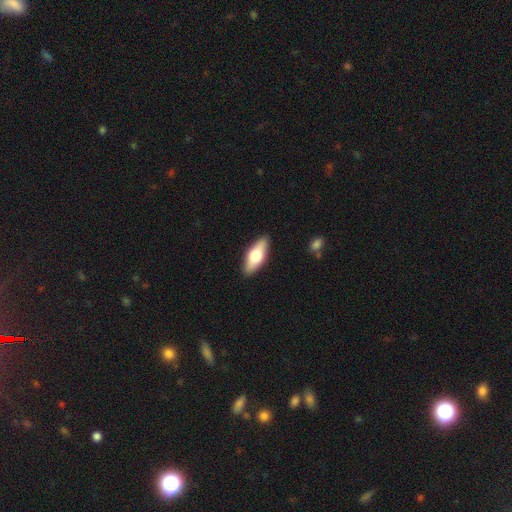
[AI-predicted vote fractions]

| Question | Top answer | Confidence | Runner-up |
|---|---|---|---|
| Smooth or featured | smooth | 60% | featured or disk (35%) |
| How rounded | in between | 72% | cigar-shaped (25%) |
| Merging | none | 89% | minor disturbance (9%) |